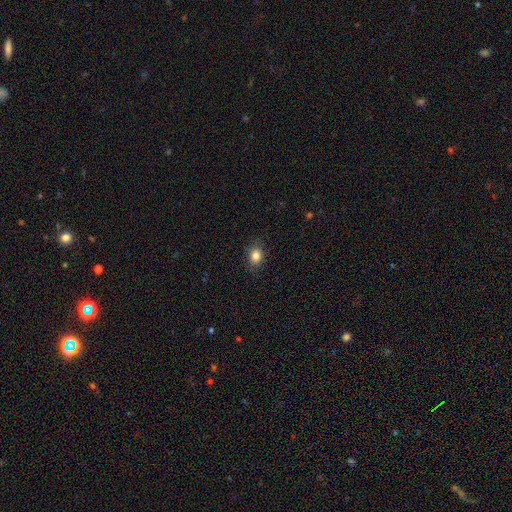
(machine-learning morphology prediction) This is clearly a smooth galaxy (84%). How rounded: likely in between (61%). Merging: clearly none (86%).